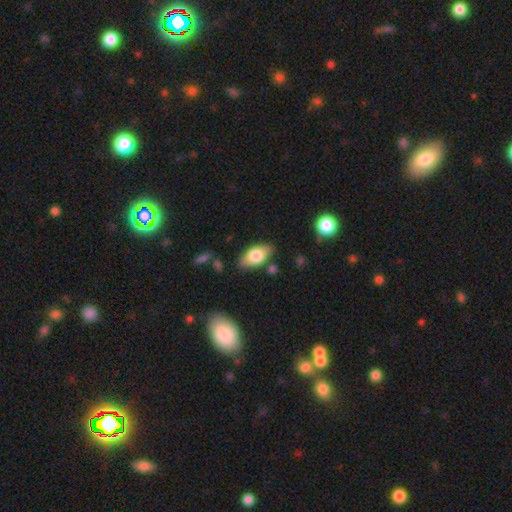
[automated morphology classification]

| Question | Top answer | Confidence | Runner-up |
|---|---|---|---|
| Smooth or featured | smooth | 74% | featured or disk (20%) |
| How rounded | in between | 91% | cigar-shaped (6%) |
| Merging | none | 81% | minor disturbance (13%) |